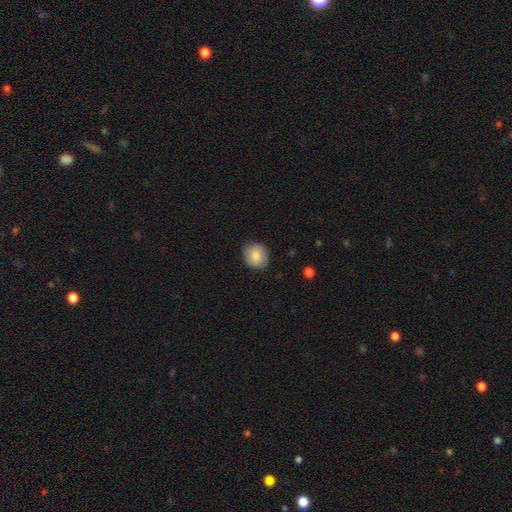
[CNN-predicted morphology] smooth-or-featured: smooth: 82% | featured or disk: 10% | star or artifact: 8%
  how-rounded: round: 76% | in between: 23% | cigar-shaped: 1%
  merging: none: 83% | minor disturbance: 14% | major disturbance: 3% | merger: 1%